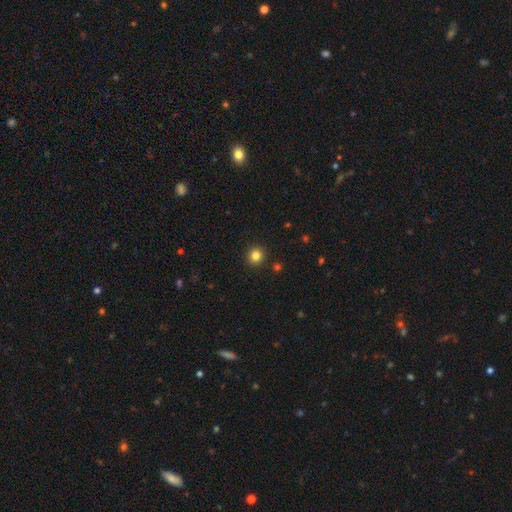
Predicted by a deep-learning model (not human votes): A smooth galaxy with no disk features (83%) that is round (93%).

Vote fractions:
- Smooth or featured? smooth: 83% / star or artifact: 12% / featured or disk: 5%
- How rounded? round: 93% / in between: 6% / cigar-shaped: 1%
- Merging? none: 92% / minor disturbance: 5% / major disturbance: 2% / merger: 1%